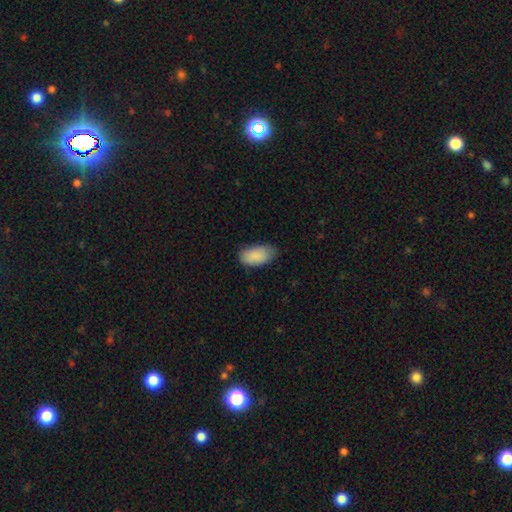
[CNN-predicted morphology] type=smooth (89%); roundness=in between (95%); merging=none (72%).